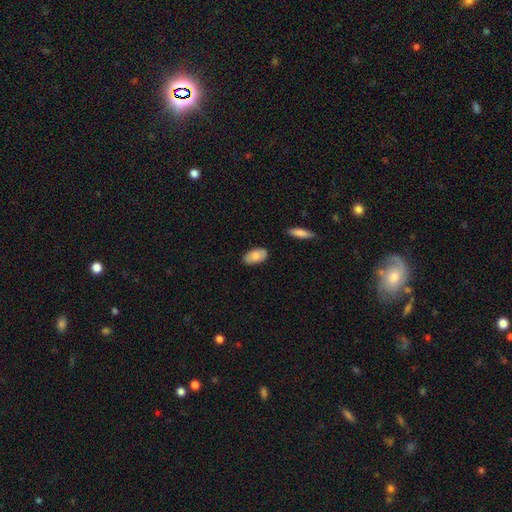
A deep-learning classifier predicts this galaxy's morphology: smooth_or_featured: smooth (p=0.81) [alt: featured or disk p=0.13]
how_rounded: in between (p=0.94) [alt: round p=0.03]
merging: none (p=0.84) [alt: minor disturbance p=0.12]